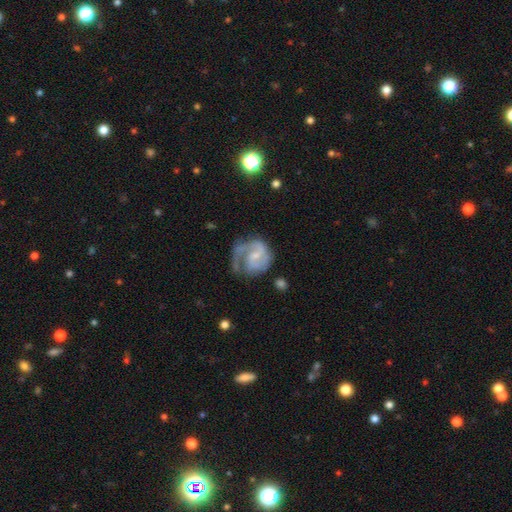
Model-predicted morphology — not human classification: featured or disk 80%, smooth 15%, star or artifact 5%. Down the decision tree: edge-on disk — no (98%); bar — weak (47%); spiral arms — yes (93%); spiral arm count — 2 (50%); spiral winding — medium (46%); bulge size — small (60%); merging — none (47%).